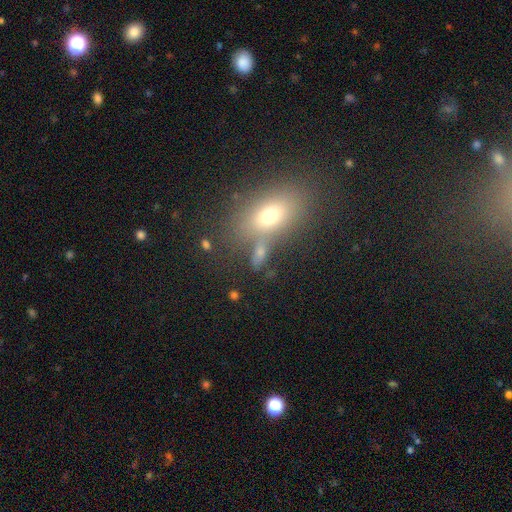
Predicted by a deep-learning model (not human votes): Smooth or featured?
  - smooth: 64% *
  - star or artifact: 18%
  - featured or disk: 17%
How rounded?
  - in between: 70% *
  - round: 18%
  - cigar-shaped: 12%
Merging?
  - none: 56% *
  - merger: 20%
  - minor disturbance: 14%
  - major disturbance: 10%